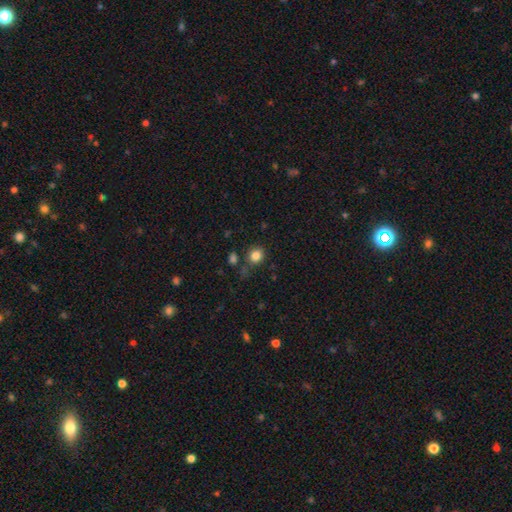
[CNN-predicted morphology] This appears to be a smooth galaxy with no disk features (83%) that is round (83%). Merging: none (80%).